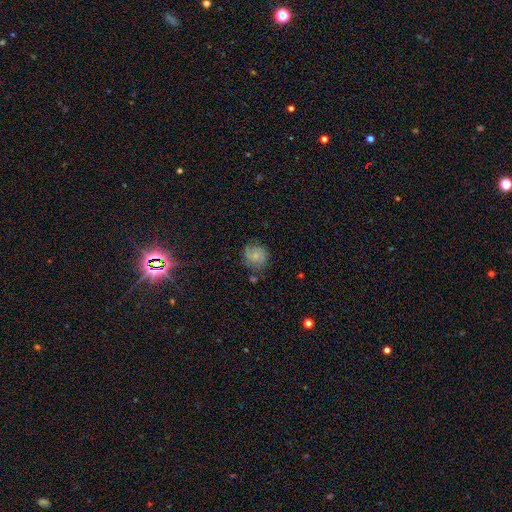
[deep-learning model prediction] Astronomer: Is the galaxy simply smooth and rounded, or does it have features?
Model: smooth — 58%.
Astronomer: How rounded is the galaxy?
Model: round — 82%.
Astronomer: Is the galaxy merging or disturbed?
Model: none — 65%.